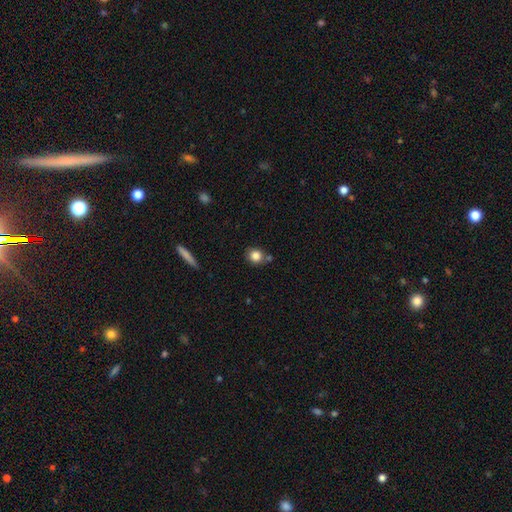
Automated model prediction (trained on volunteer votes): Smooth or featured: smooth — 83% (star or artifact — 10%)
How rounded: round — 82% (in between — 16%)
Merging: none — 70% (minor disturbance — 13%)